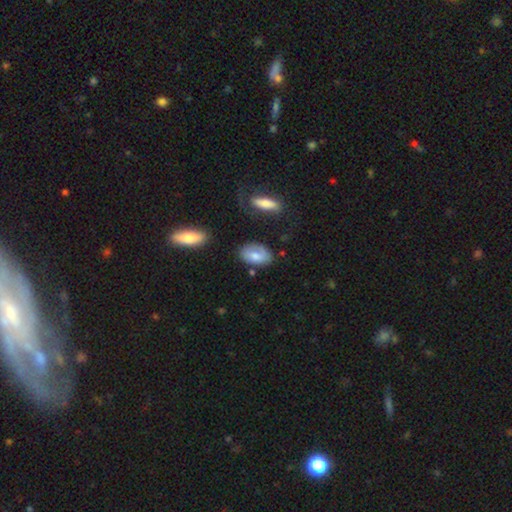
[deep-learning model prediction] A smooth galaxy with no disk features (68%) that is in between round and cigar-shaped (90%). Merging: none (62%).